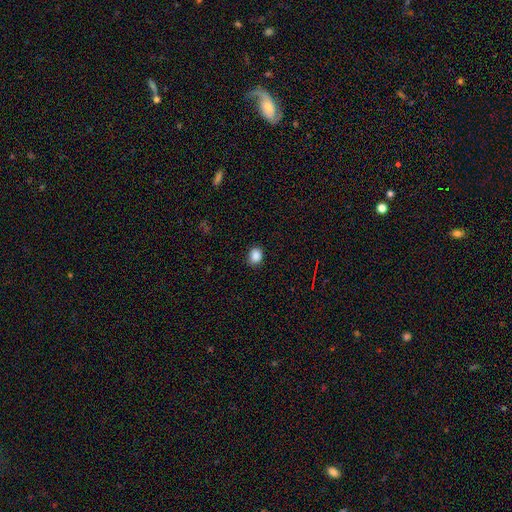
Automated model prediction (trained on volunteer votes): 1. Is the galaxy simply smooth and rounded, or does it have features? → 87% smooth, 10% star or artifact, 3% featured or disk.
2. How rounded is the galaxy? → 60% round, 39% in between, 1% cigar-shaped.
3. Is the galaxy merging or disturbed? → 86% none, 10% minor disturbance, 2% major disturbance, 1% merger.